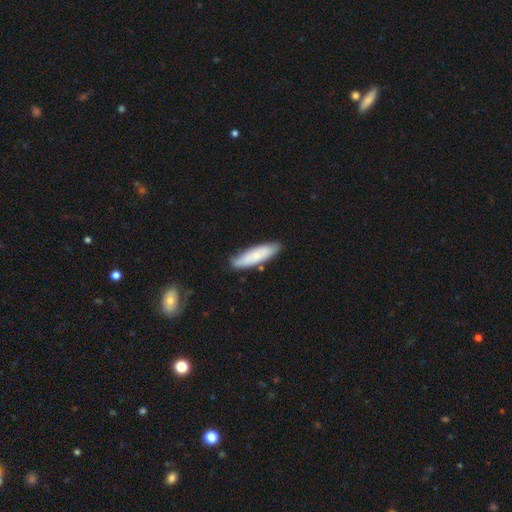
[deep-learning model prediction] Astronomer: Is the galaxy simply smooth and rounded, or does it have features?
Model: smooth — 69%.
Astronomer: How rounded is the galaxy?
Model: cigar-shaped — 60% (runner-up: in between, 38%).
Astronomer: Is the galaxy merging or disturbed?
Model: none — 81%.